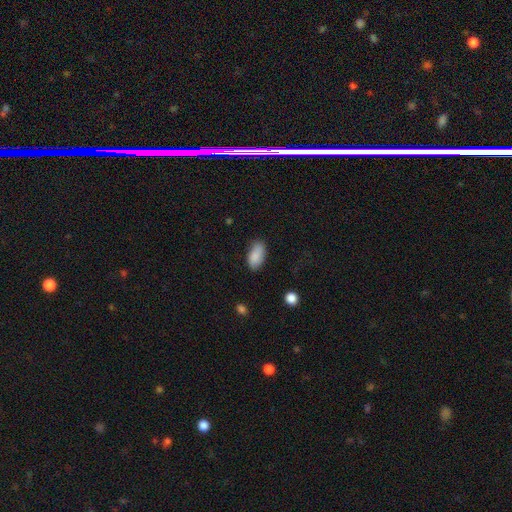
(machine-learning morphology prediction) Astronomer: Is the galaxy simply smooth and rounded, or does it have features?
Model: smooth — 87%.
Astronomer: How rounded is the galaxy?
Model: in between — 93%.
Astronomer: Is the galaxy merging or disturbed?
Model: none — 78%.